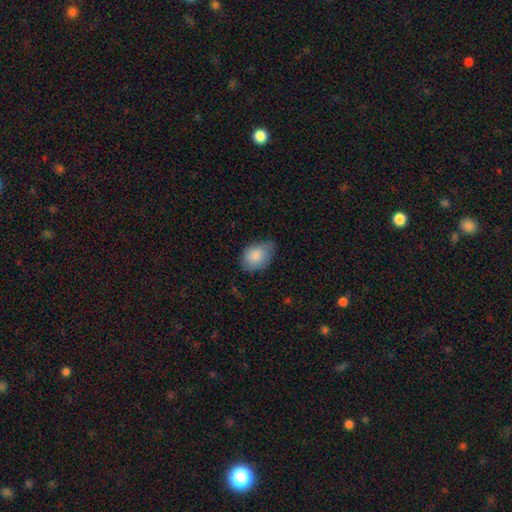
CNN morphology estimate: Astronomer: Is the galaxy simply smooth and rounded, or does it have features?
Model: smooth — 85%.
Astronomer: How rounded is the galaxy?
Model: in between — 80%.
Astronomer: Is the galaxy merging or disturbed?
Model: none — 54% (runner-up: minor disturbance, 38%).